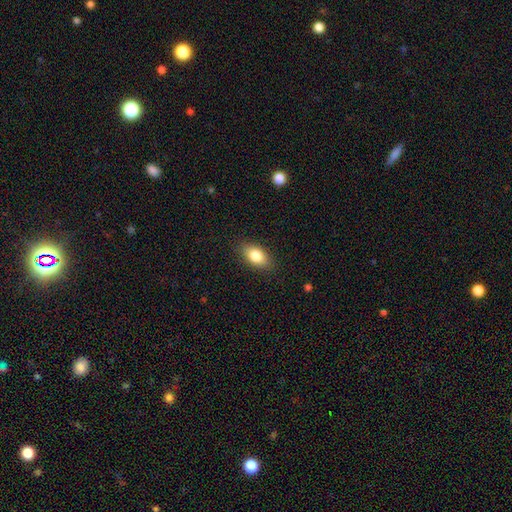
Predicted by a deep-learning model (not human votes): A smooth galaxy with no disk features (83%) that is in between round and cigar-shaped (90%). Merging: none (87%).